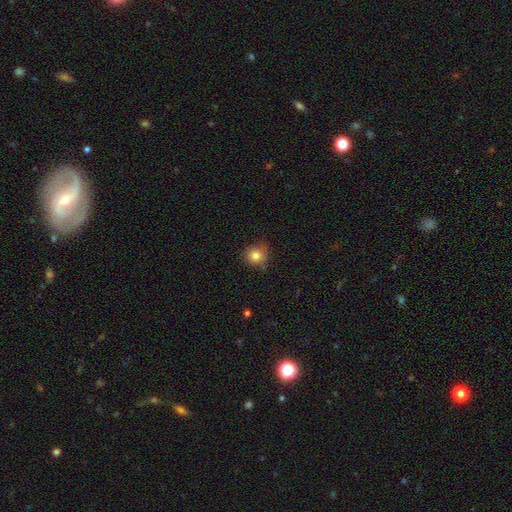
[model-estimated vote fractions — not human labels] smooth 82%, star or artifact 11%, featured or disk 7%. Down the decision tree: how rounded — round (89%); merging — none (76%).